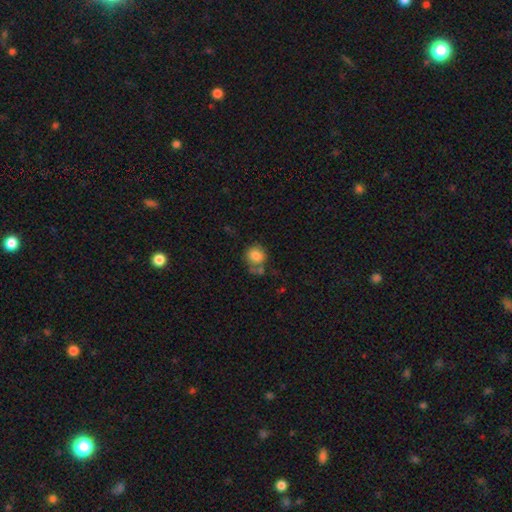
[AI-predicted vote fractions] The model was most divided on "merging": none: 46%, merger: 22%, minor disturbance: 20%, major disturbance: 12%. More confident: smooth or featured — smooth (81%); how rounded — round (80%).